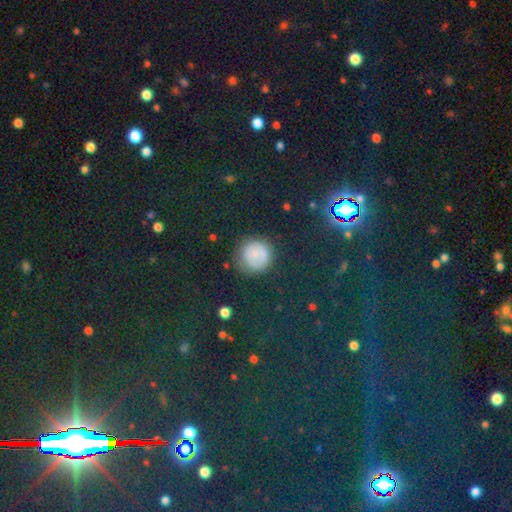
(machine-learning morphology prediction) This appears to be a smooth galaxy with no disk features (65%) that is round (93%). Merging: none (79%).